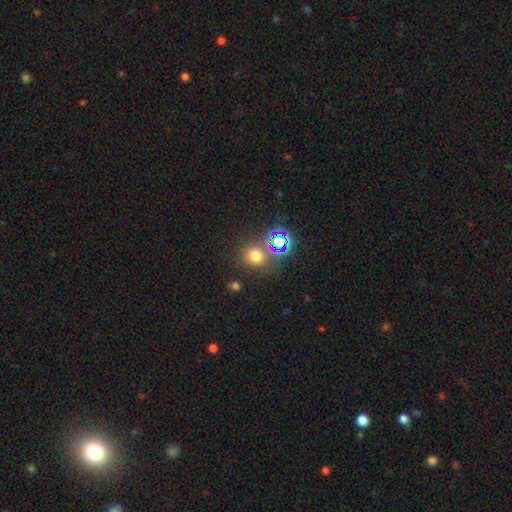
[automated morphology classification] Q: Smooth or featured?
A: smooth (65%); runner-up: star or artifact (28%)
Q: How rounded?
A: round (83%); runner-up: in between (16%)
Q: Merging?
A: none (74%); runner-up: merger (13%)